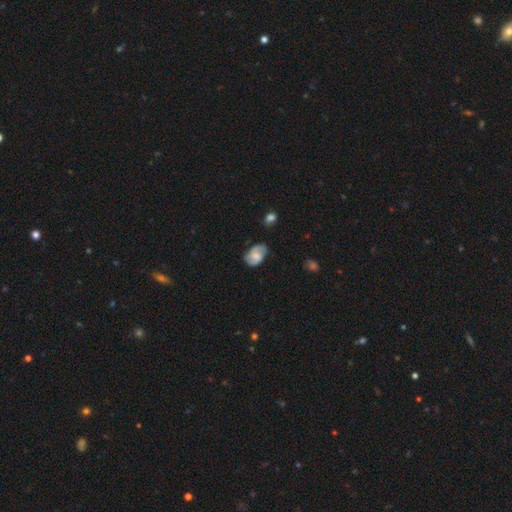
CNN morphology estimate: This is possibly a featured or disk galaxy (55%). It is clearly not viewed edge-on (97%). Bar: possibly no (48%). Spiral arm pattern: clearly yes (88%). Central bulge: marginally moderate (38%). Merging: likely none (67%).